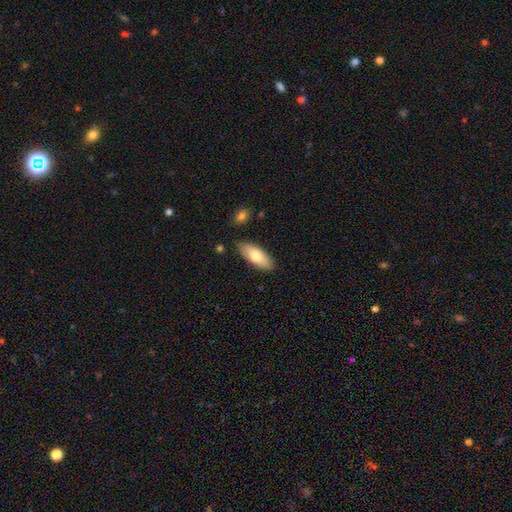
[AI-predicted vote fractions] smooth 74%, featured or disk 20%, star or artifact 6%. Down the decision tree: how rounded — in between (76%); merging — none (86%).